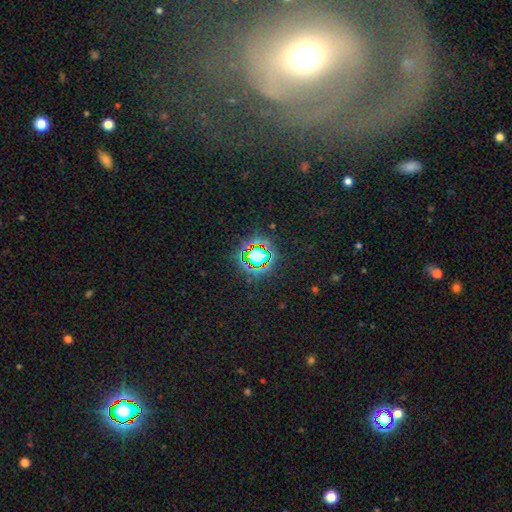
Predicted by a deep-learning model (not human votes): Q: Smooth or featured?
A: star or artifact (69%); runner-up: smooth (20%)